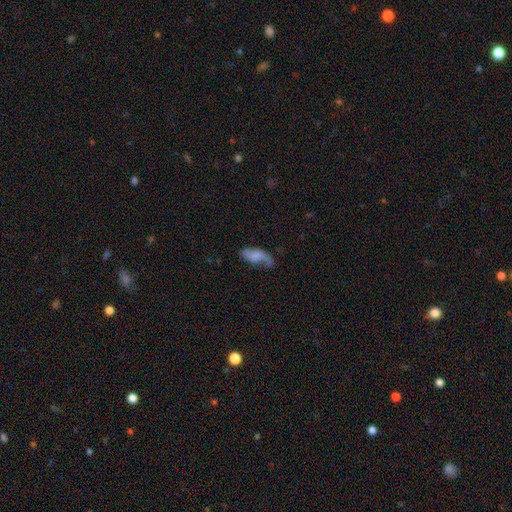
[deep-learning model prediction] Smooth or featured? Predicted: featured or disk (p=0.56). Edge-on disk? Predicted: no (p=0.92). Bar? Predicted: no (p=0.61). Spiral arms? Predicted: yes (p=0.87). Bulge size? Predicted: none (p=0.48). Merging? Predicted: none (p=0.51).